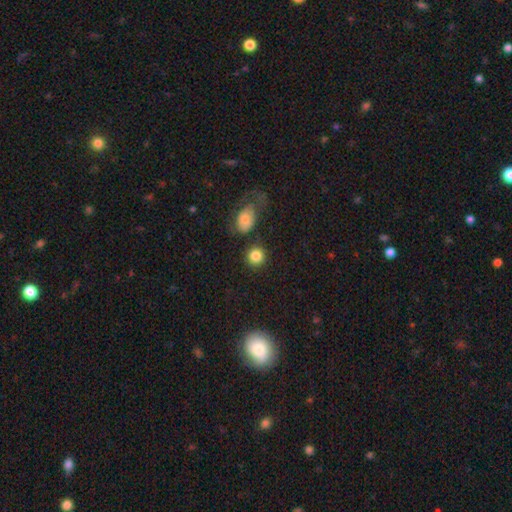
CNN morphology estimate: This is clearly a smooth galaxy (85%). How rounded: clearly round (89%). Merging: likely none (80%).